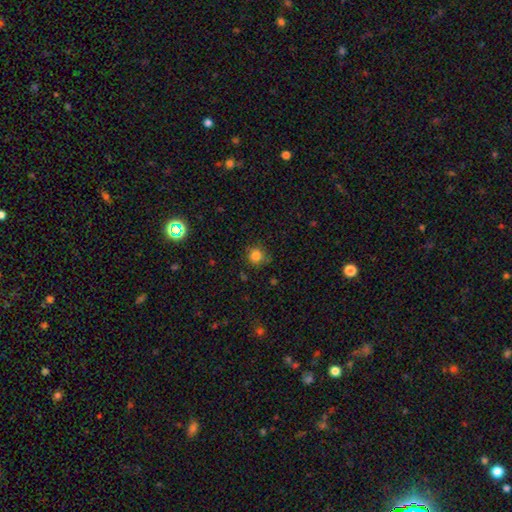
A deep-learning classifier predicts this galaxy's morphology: A smooth galaxy with no disk features (83%) that is round (89%).

Vote fractions:
- Smooth or featured? smooth: 83% / star or artifact: 13% / featured or disk: 4%
- How rounded? round: 89% / in between: 10% / cigar-shaped: 1%
- Merging? none: 78% / minor disturbance: 16% / major disturbance: 4% / merger: 2%